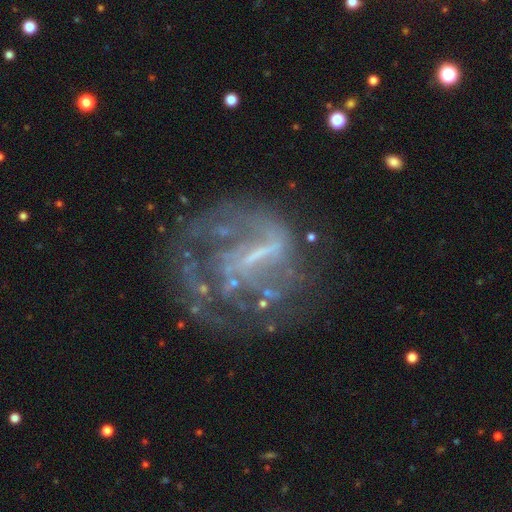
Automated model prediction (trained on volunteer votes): A featured or disk galaxy (77%) with a weak bar (39%), spiral arms (60%) and no central bulge (50%).

Vote fractions:
- Smooth or featured? featured or disk: 77% / star or artifact: 12% / smooth: 11%
- Edge-on disk? no: 97% / yes: 3%
- Bar? weak: 39% / strong: 36% / no: 26%
- Spiral arms? yes: 60% / no: 40%
- Bulge size? none: 50% / small: 32% / moderate: 15% / large: 2% / dominant: 1%
- Merging? none: 47% / major disturbance: 32% / minor disturbance: 16% / merger: 4%